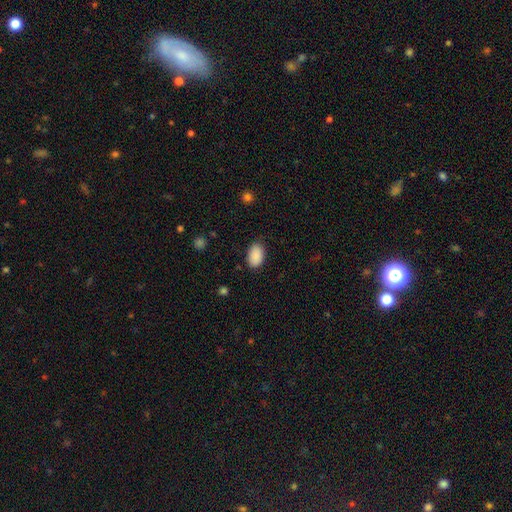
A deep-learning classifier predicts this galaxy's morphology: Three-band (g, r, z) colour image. It shows a smooth galaxy with no disk features (90%) that is in between round and cigar-shaped (89%). Merging: none (83%).